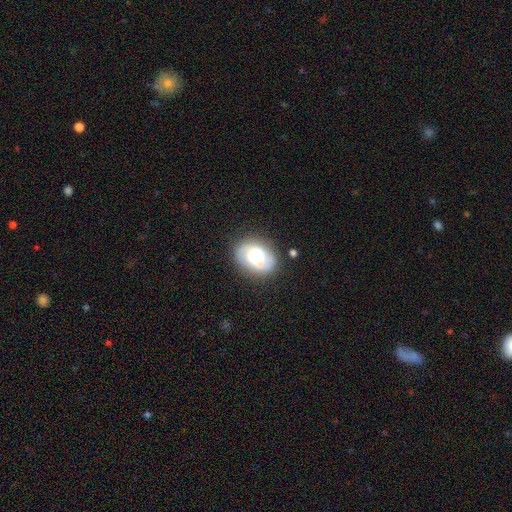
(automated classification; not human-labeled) This is possibly a featured or disk galaxy (46%). Merging: likely none (68%).